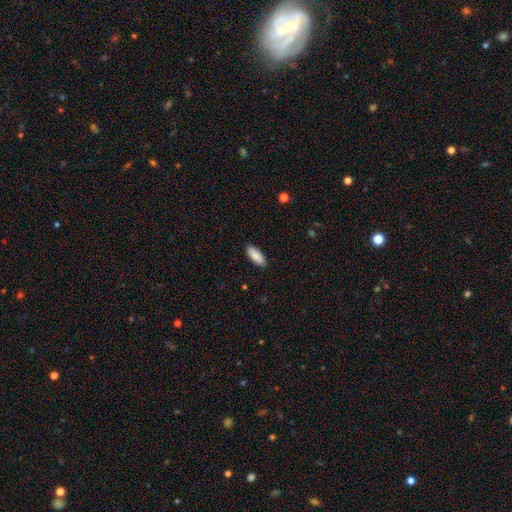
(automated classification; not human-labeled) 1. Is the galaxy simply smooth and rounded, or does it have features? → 90% smooth, 6% star or artifact, 4% featured or disk.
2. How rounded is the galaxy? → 78% in between, 21% cigar-shaped, 2% round.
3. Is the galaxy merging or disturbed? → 90% none, 7% minor disturbance, 2% major disturbance, 1% merger.